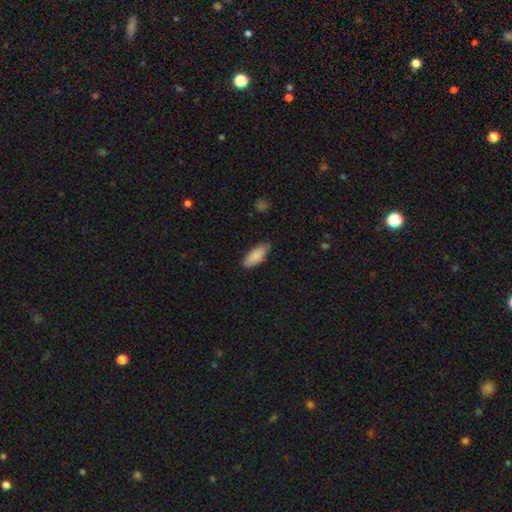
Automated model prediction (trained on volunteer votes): The model was most divided on "how rounded": in between: 80%, cigar-shaped: 19%, round: 2%. More confident: smooth or featured — smooth (87%); merging — none (81%).